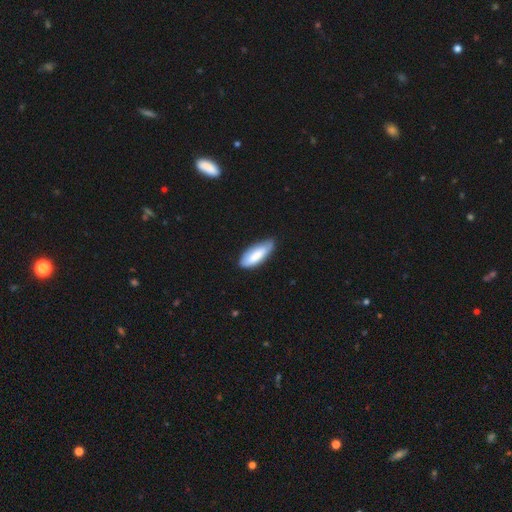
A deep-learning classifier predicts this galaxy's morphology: Smooth or featured?
  - smooth: 79% *
  - featured or disk: 15%
  - star or artifact: 6%
How rounded?
  - in between: 67% *
  - cigar-shaped: 31%
  - round: 2%
Merging?
  - none: 64% *
  - minor disturbance: 29%
  - major disturbance: 5%
  - merger: 2%